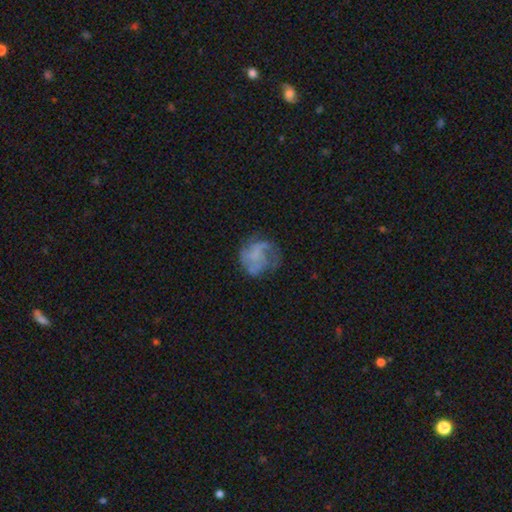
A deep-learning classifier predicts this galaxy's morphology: Smooth or featured? featured or disk (56%)
Edge-on disk? no (98%)
Bar? no (79%)
Spiral arms? yes (59%)
Bulge size? none (69%)
Merging? none (50%)